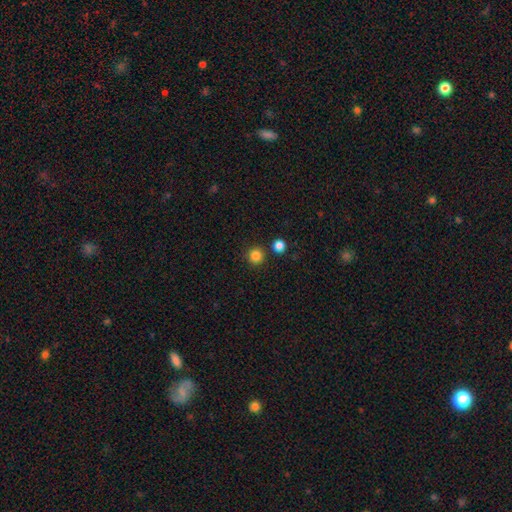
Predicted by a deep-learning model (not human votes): A smooth galaxy with no disk features (84%) that is round (94%).

Vote fractions:
- Smooth or featured? smooth: 84% / star or artifact: 12% / featured or disk: 3%
- How rounded? round: 94% / in between: 5% / cigar-shaped: 1%
- Merging? none: 87% / merger: 6% / minor disturbance: 5% / major disturbance: 2%